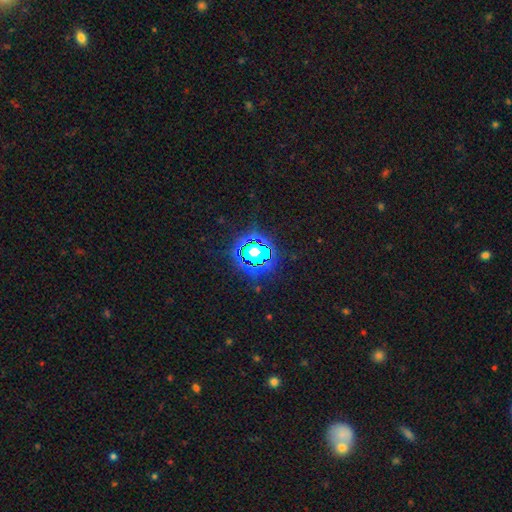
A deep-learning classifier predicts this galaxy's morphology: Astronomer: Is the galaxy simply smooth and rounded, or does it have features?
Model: star or artifact — 80%.